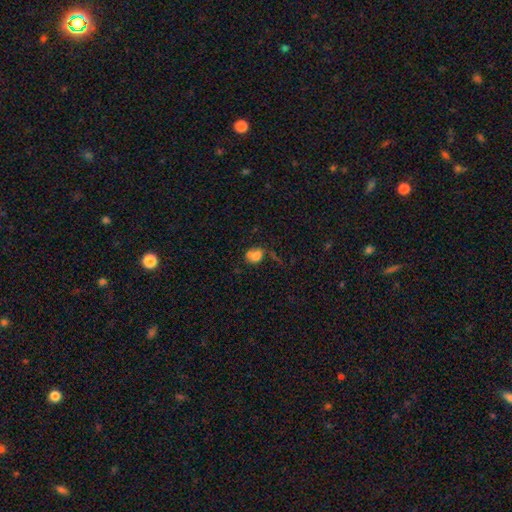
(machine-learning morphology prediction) This appears to be a smooth galaxy with no disk features (68%) that is in between round and cigar-shaped (62%). Merging: merger (38%).